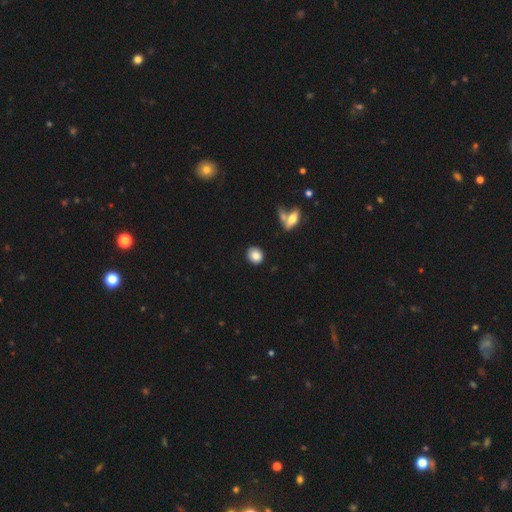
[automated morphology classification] type=smooth (86%); roundness=round (71%); merging=none (85%).